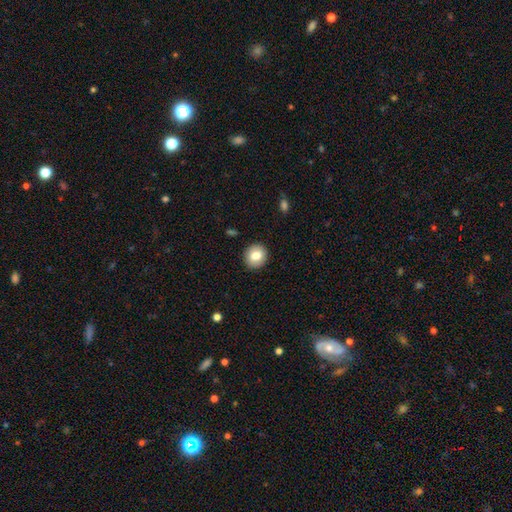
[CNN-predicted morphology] Smooth or featured? Predicted: smooth (p=0.79). How rounded? Predicted: round (p=0.85). Merging? Predicted: none (p=0.91).